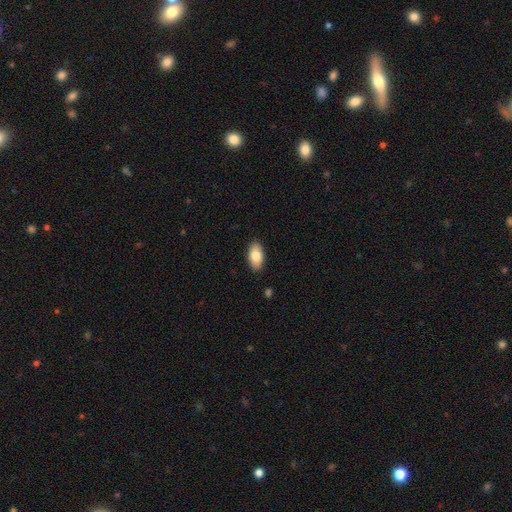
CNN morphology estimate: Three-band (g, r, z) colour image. It shows a smooth galaxy with no disk features (83%) that is in between round and cigar-shaped (94%). Merging: none (89%).